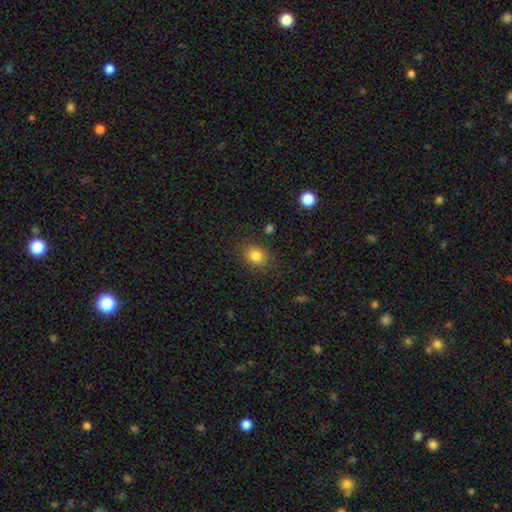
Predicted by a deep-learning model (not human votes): The model was most divided on "how rounded": in between: 53%, round: 46%, cigar-shaped: 1%. More confident: merging — none (83%); smooth or featured — smooth (82%).